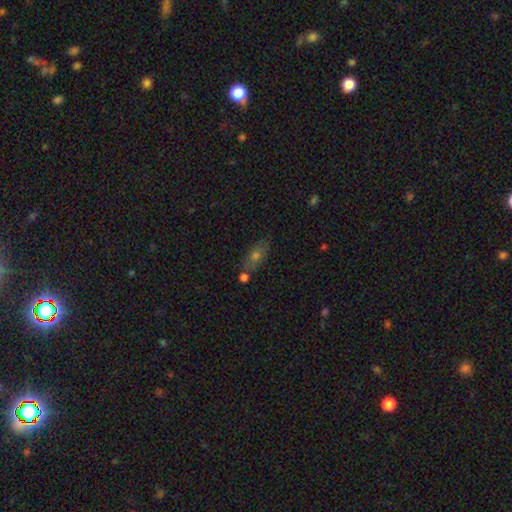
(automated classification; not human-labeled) Q: Smooth or featured?
A: smooth (56%); runner-up: featured or disk (27%)
Q: How rounded?
A: in between (74%); runner-up: cigar-shaped (16%)
Q: Merging?
A: none (70%); runner-up: minor disturbance (15%)